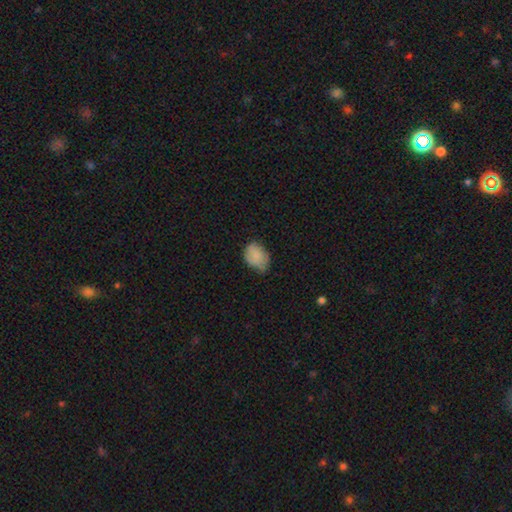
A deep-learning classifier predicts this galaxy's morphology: Smooth or featured? smooth (79%)
How rounded? in between (69%)
Merging? minor disturbance (44%)